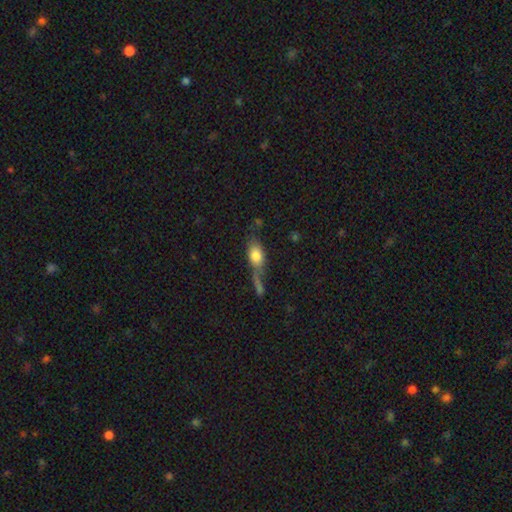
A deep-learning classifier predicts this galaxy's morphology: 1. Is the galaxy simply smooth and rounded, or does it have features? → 74% smooth, 18% featured or disk, 8% star or artifact.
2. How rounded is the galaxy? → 80% in between, 11% round, 9% cigar-shaped.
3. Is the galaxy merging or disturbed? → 40% none, 27% merger, 18% minor disturbance, 15% major disturbance.